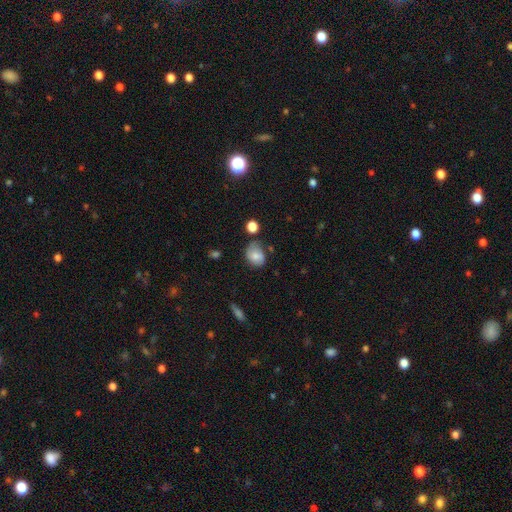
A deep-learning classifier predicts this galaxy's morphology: Q: Smooth or featured?
A: smooth (67%); runner-up: featured or disk (23%)
Q: How rounded?
A: in between (51%); runner-up: round (48%)
Q: Merging?
A: none (54%); runner-up: minor disturbance (30%)